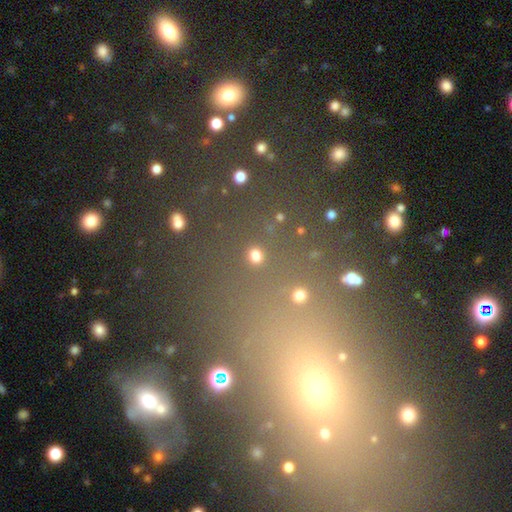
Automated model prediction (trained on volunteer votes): Morphology: type=smooth (73%); roundness=round (81%); merging=none (83%).